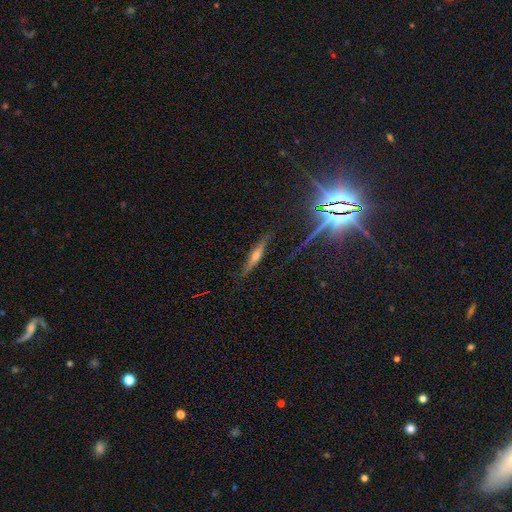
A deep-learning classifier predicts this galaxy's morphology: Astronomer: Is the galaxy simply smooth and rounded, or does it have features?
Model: featured or disk — 59%.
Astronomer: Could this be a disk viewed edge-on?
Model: yes — 94%.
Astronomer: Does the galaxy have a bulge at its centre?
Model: rounded — 79%.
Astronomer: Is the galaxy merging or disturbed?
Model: none — 83%.